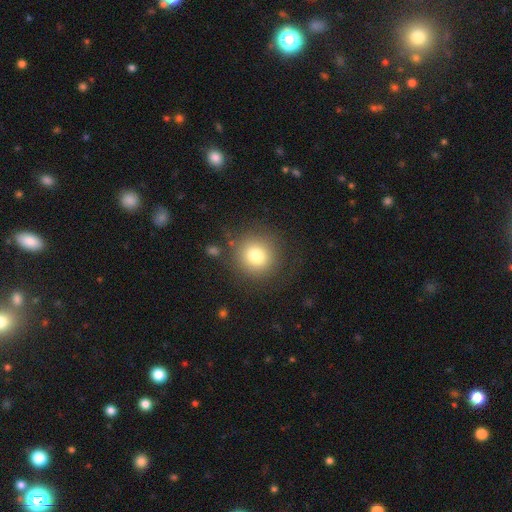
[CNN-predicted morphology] Overall: smooth (79%). How rounded: round (92%). Merging: none (81%).